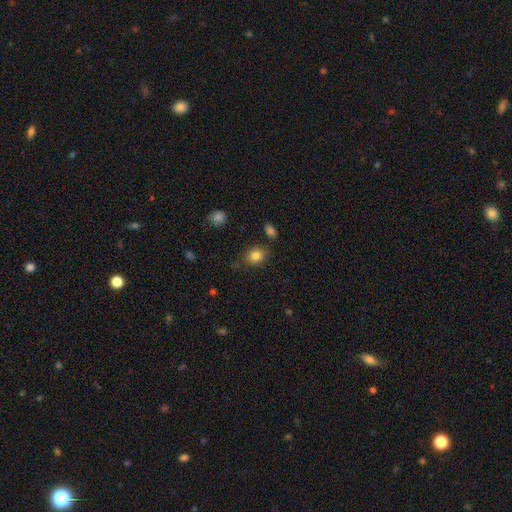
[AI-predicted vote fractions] Morphology: type=smooth (82%); roundness=round (61%); merging=none (79%).